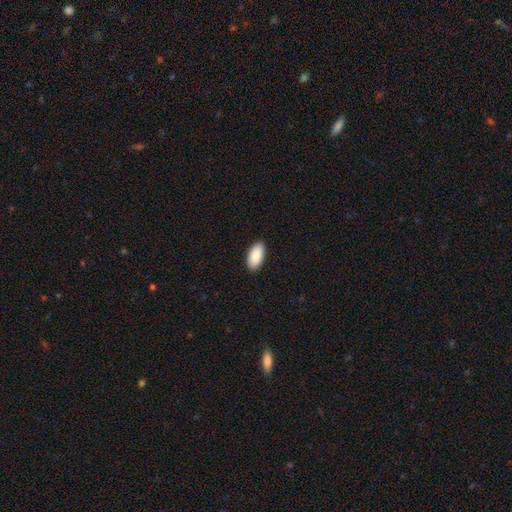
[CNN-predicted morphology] Smooth or featured?
  - smooth: 90% *
  - star or artifact: 6%
  - featured or disk: 4%
How rounded?
  - in between: 94% *
  - cigar-shaped: 4%
  - round: 2%
Merging?
  - none: 89% *
  - minor disturbance: 8%
  - major disturbance: 2%
  - merger: 1%